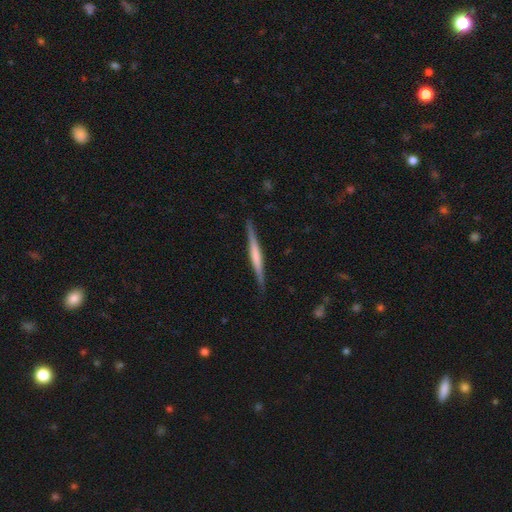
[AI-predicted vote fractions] This is likely a featured or disk galaxy (61%). It is clearly viewed edge-on (98%). Edge-on bulge: possibly none (48%). Merging: clearly none (89%).